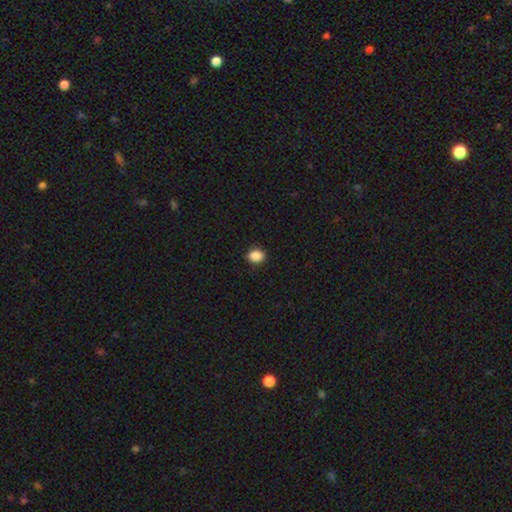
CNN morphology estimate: smooth-or-featured: smooth: 89% | star or artifact: 9% | featured or disk: 2%
  how-rounded: in between: 64% | round: 35% | cigar-shaped: 1%
  merging: none: 90% | minor disturbance: 7% | major disturbance: 2% | merger: 1%